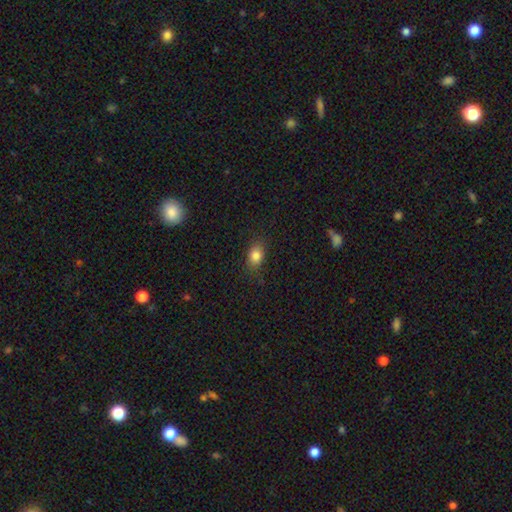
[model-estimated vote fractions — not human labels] Smooth or featured? Predicted: smooth (p=0.82). How rounded? Predicted: in between (p=0.73). Merging? Predicted: none (p=0.81).